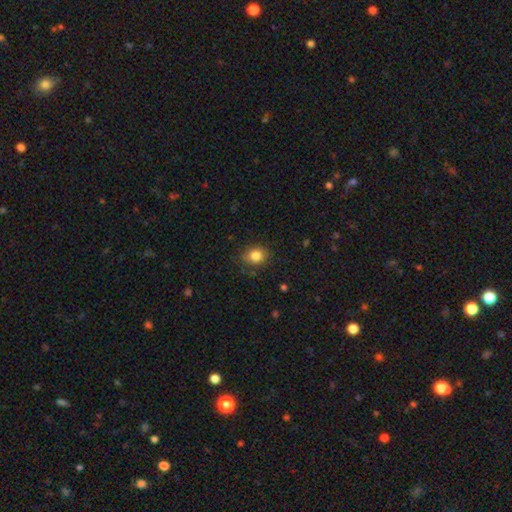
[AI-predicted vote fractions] A smooth galaxy with no disk features (84%) that is round (57%).

Vote fractions:
- Smooth or featured? smooth: 84% / star or artifact: 10% / featured or disk: 6%
- How rounded? round: 57% / in between: 42% / cigar-shaped: 1%
- Merging? none: 84% / minor disturbance: 12% / major disturbance: 3% / merger: 1%